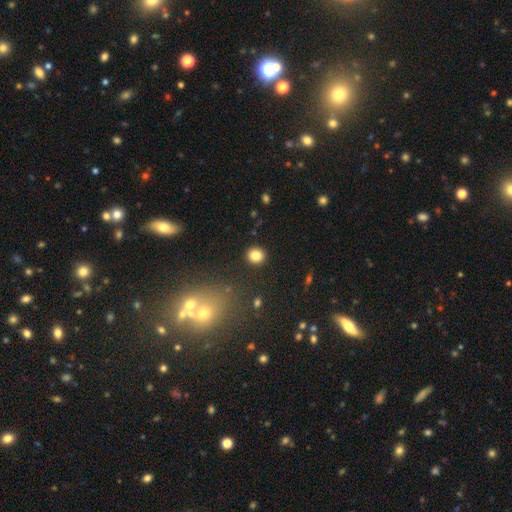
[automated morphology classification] The model was most divided on "how rounded": round: 80%, in between: 19%, cigar-shaped: 1%. More confident: merging — none (90%); smooth or featured — smooth (84%).